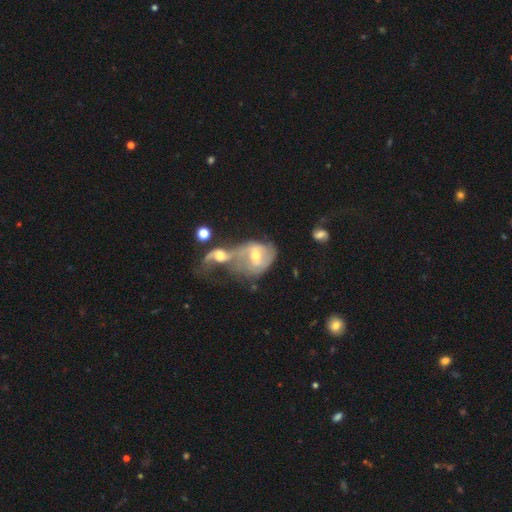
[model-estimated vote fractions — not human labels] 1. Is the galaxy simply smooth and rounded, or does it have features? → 74% featured or disk, 20% smooth, 7% star or artifact.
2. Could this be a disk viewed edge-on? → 96% no, 4% yes.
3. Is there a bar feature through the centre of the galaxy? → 52% weak, 27% strong, 21% no.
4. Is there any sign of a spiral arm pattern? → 78% yes, 22% no.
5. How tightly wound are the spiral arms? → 39% medium, 36% loose, 25% tight.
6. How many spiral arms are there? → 61% 2, 23% can't tell, 9% 1, 3% 3, 2% 4, 2% more than 4.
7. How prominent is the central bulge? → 69% moderate, 22% small, 6% large, 2% none, 1% dominant.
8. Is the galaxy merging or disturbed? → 67% merger, 14% none, 11% major disturbance, 8% minor disturbance.